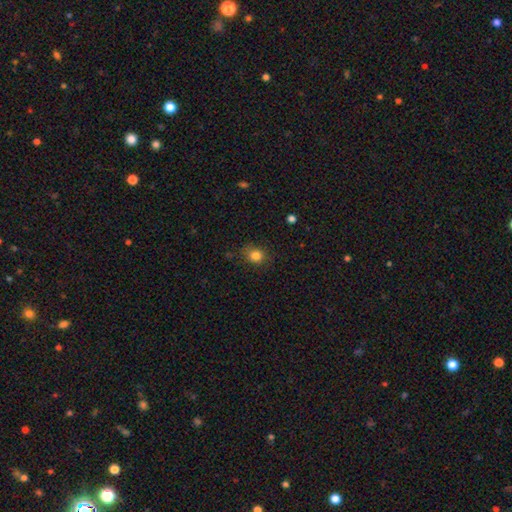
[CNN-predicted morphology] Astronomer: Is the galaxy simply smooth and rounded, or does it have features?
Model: smooth — 82%.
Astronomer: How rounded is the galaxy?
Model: round — 67%.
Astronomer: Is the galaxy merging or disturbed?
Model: none — 81%.